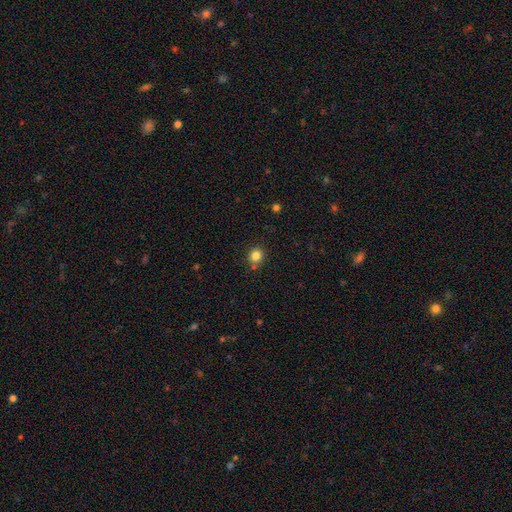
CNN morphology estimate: Q: Smooth or featured?
A: smooth (82%); runner-up: star or artifact (13%)
Q: How rounded?
A: round (83%); runner-up: in between (16%)
Q: Merging?
A: none (80%); runner-up: minor disturbance (11%)